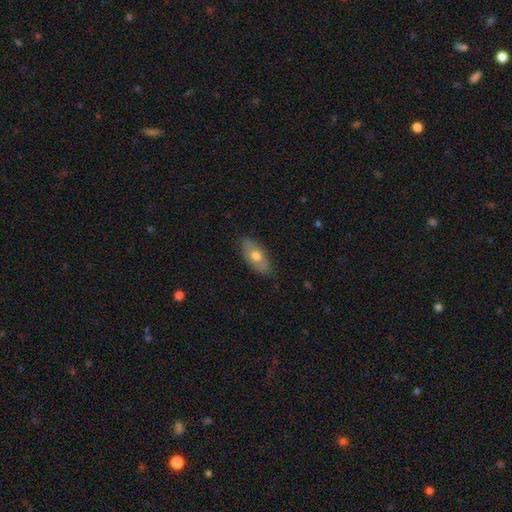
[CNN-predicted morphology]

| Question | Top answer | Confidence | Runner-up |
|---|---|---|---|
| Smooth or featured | smooth | 60% | featured or disk (34%) |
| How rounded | in between | 89% | cigar-shaped (7%) |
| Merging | none | 82% | minor disturbance (14%) |